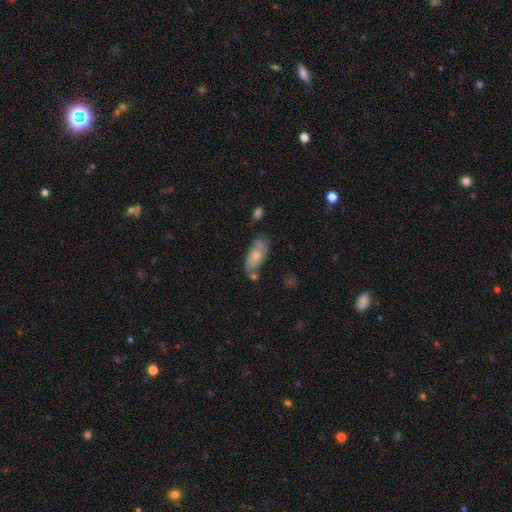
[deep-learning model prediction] A smooth galaxy with no disk features (54%) that is in between round and cigar-shaped (84%). Merging: none (60%).